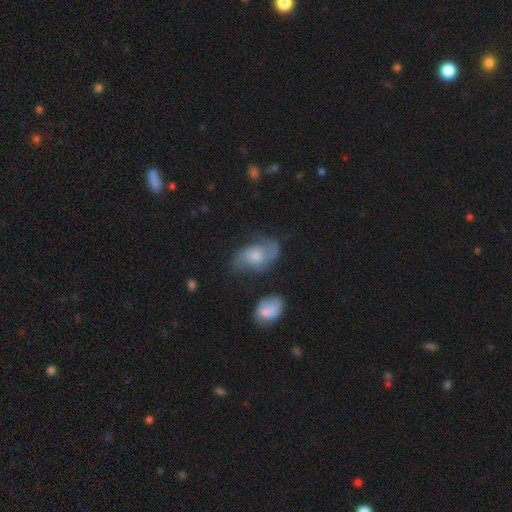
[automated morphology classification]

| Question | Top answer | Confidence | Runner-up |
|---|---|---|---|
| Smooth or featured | featured or disk | 55% | smooth (35%) |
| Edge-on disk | no | 94% | yes (6%) |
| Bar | no | 66% | weak (29%) |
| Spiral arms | yes | 83% | no (17%) |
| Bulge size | moderate | 51% | small (28%) |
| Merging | none | 61% | minor disturbance (23%) |